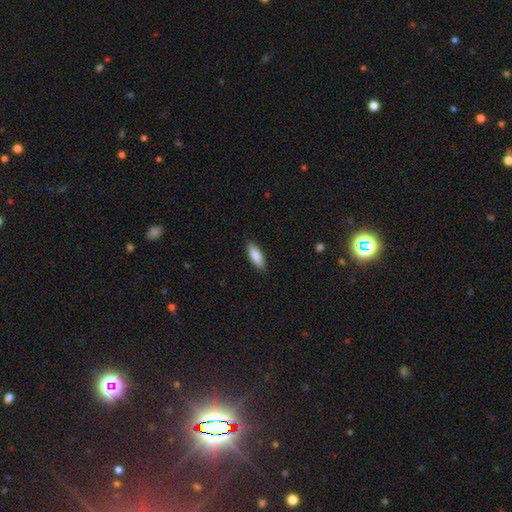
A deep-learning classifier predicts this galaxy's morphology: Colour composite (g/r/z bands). It shows a smooth galaxy with no disk features (86%) that is in between round and cigar-shaped (64%). Merging: none (88%).